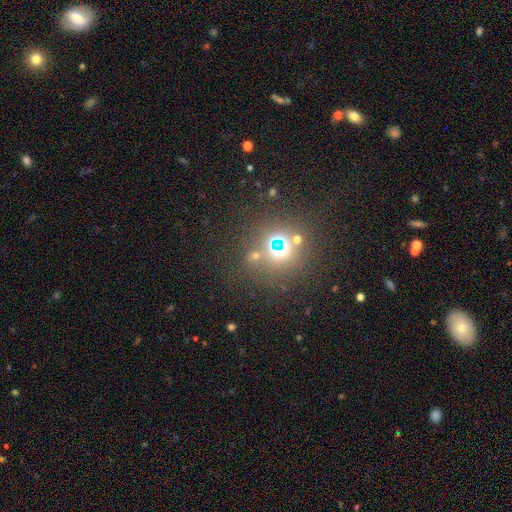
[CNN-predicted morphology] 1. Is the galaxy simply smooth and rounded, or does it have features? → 58% star or artifact, 33% smooth, 9% featured or disk.